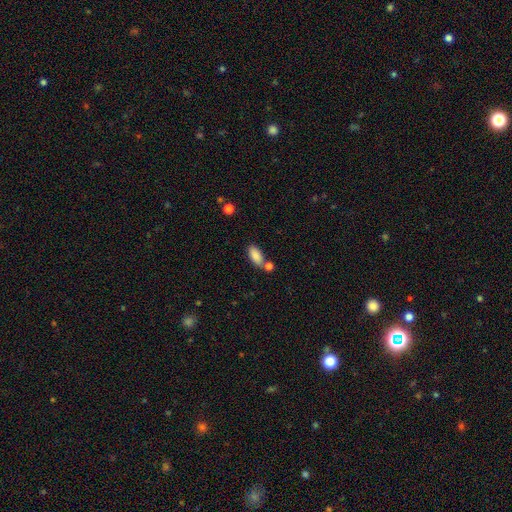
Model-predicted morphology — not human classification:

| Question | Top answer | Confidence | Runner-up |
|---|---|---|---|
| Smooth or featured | smooth | 87% | star or artifact (7%) |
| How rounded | in between | 90% | cigar-shaped (8%) |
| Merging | none | 62% | merger (21%) |